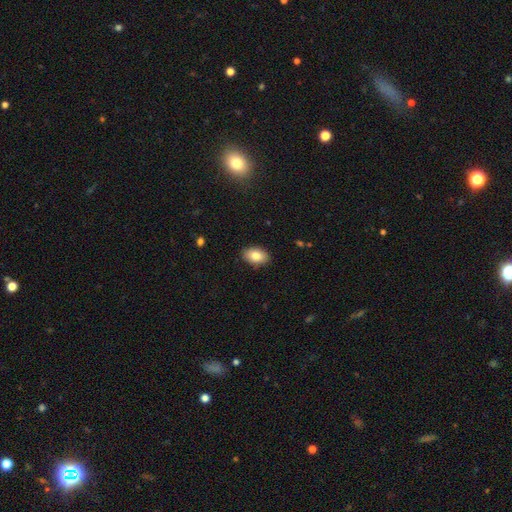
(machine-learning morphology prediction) Q: Smooth or featured?
A: smooth (82%); runner-up: featured or disk (10%)
Q: How rounded?
A: in between (88%); runner-up: round (11%)
Q: Merging?
A: none (88%); runner-up: minor disturbance (9%)